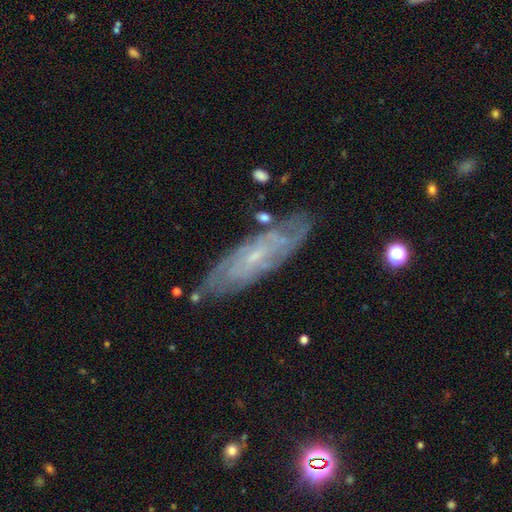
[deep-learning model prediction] Overall: featured or disk (75%). Edge-on disk: no (80%). Bar: no (60%; weak 32%). Spiral arms: yes (89%). Spiral arm count: can't tell (54%; 2 19%). Spiral winding: tight (65%; medium 27%). Bulge size: small (82%). Merging: none (79%).